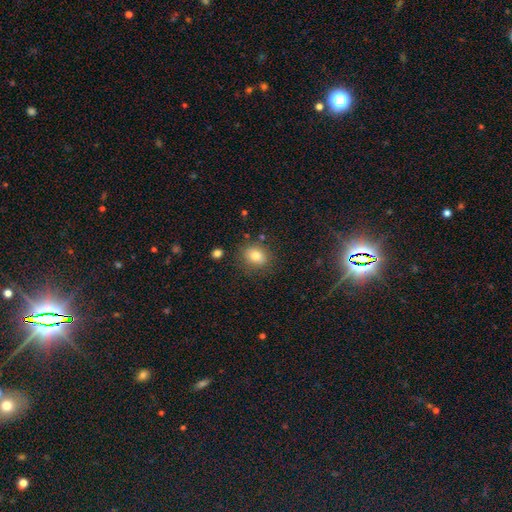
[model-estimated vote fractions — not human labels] smooth 80%, star or artifact 11%, featured or disk 9%. Down the decision tree: how rounded — in between (55%); merging — none (80%).